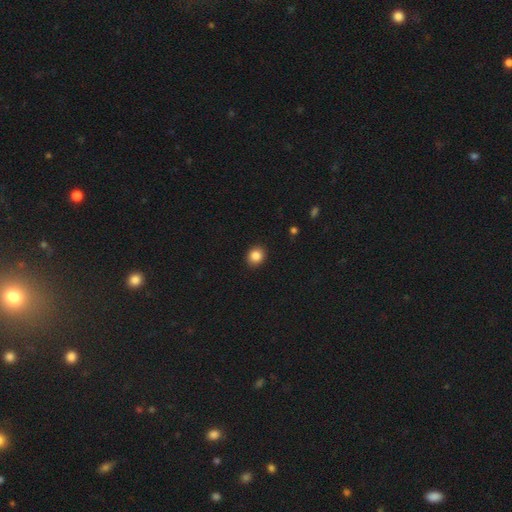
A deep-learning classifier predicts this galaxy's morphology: smooth_or_featured: smooth (p=0.86) [alt: star or artifact p=0.10]
how_rounded: round (p=0.73) [alt: in between p=0.26]
merging: none (p=0.91) [alt: minor disturbance p=0.06]